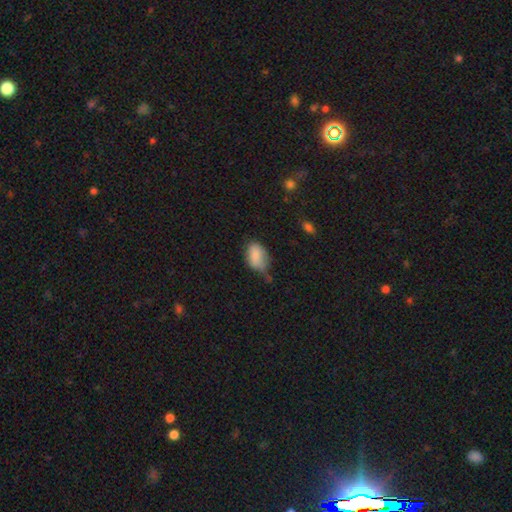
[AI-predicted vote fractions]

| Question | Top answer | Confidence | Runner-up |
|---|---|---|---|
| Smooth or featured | smooth | 82% | featured or disk (10%) |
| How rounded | in between | 87% | round (12%) |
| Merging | minor disturbance | 41% | tied: none (41%) |